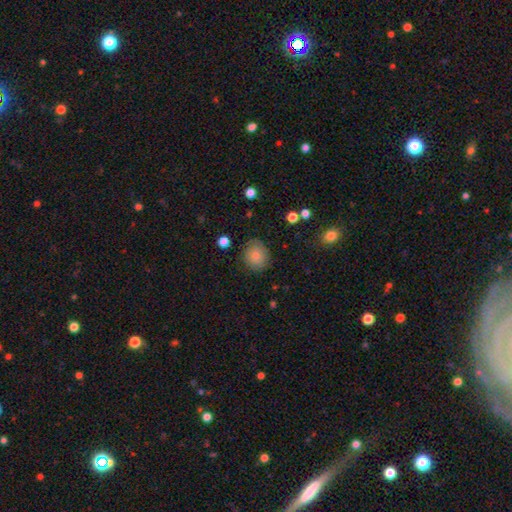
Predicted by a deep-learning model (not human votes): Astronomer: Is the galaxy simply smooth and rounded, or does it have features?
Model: smooth — 74%.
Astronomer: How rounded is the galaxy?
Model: round — 81%.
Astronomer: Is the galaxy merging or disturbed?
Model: none — 83%.